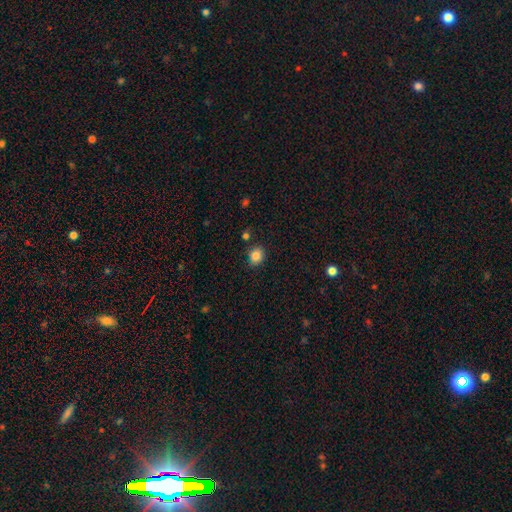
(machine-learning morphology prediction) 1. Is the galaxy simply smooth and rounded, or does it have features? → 85% smooth, 11% star or artifact, 5% featured or disk.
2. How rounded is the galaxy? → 69% round, 30% in between, 1% cigar-shaped.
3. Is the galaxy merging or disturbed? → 83% none, 11% minor disturbance, 3% merger, 3% major disturbance.